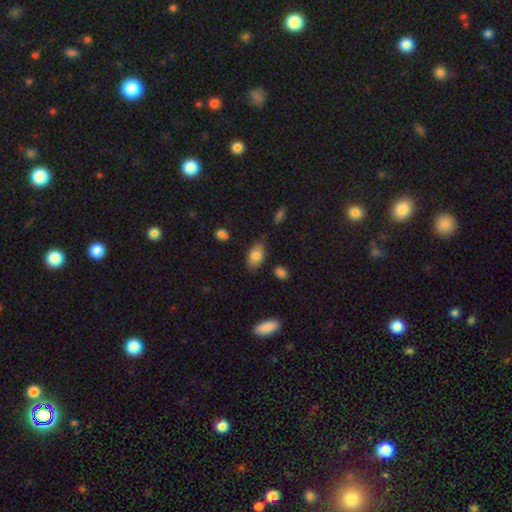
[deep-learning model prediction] The model was most divided on "merging": none: 65%, minor disturbance: 27%, major disturbance: 5%, merger: 4%. More confident: how rounded — in between (91%); smooth or featured — smooth (80%).